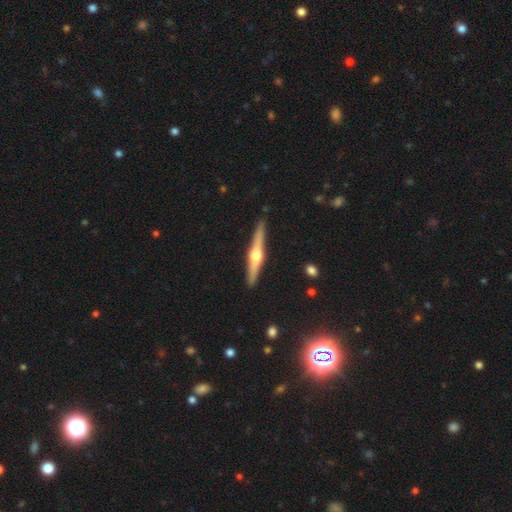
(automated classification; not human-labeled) smooth-or-featured: featured or disk: 75% | smooth: 20% | star or artifact: 5%
  disk-edge-on: yes: 98% | no: 2%
    edge-on-bulge: rounded: 93% | boxy: 4% | none: 3%
  merging: none: 91% | minor disturbance: 7% | major disturbance: 1% | merger: 1%